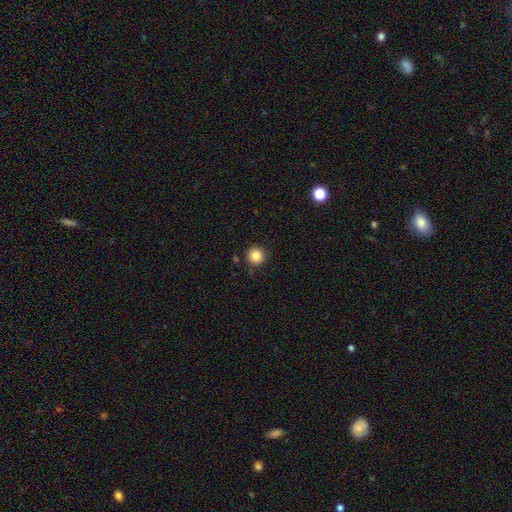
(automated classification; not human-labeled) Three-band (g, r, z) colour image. It shows a smooth galaxy with no disk features (85%) that is round (96%). Merging: none (91%).